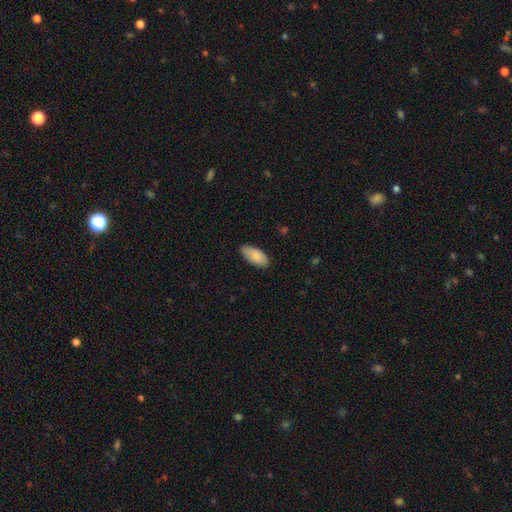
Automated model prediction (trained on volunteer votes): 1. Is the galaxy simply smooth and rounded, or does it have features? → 86% smooth, 8% featured or disk, 6% star or artifact.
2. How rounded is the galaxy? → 91% in between, 7% cigar-shaped, 2% round.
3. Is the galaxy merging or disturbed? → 82% none, 15% minor disturbance, 2% major disturbance, 1% merger.